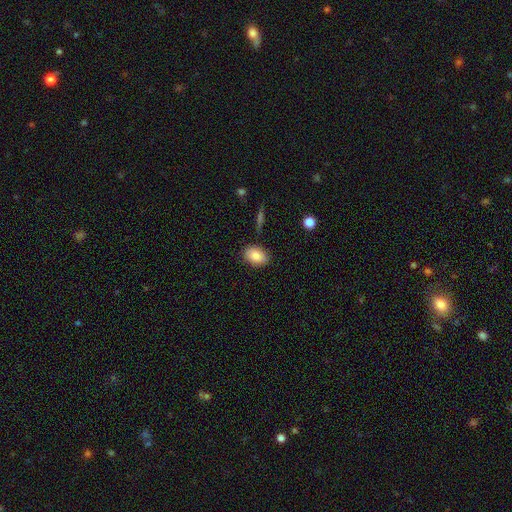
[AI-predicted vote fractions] smooth_or_featured: smooth (p=0.85) [alt: featured or disk p=0.08]
how_rounded: in between (p=0.83) [alt: round p=0.15]
merging: none (p=0.85) [alt: minor disturbance p=0.11]